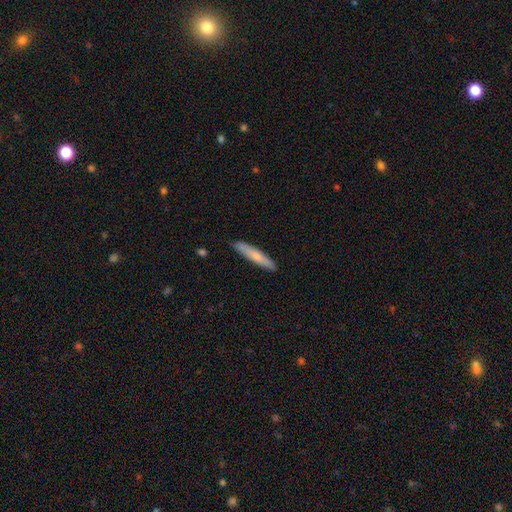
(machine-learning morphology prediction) The model was most divided on "smooth or featured": smooth: 67%, featured or disk: 28%, star or artifact: 5%. More confident: how rounded — cigar-shaped (91%); merging — none (87%).